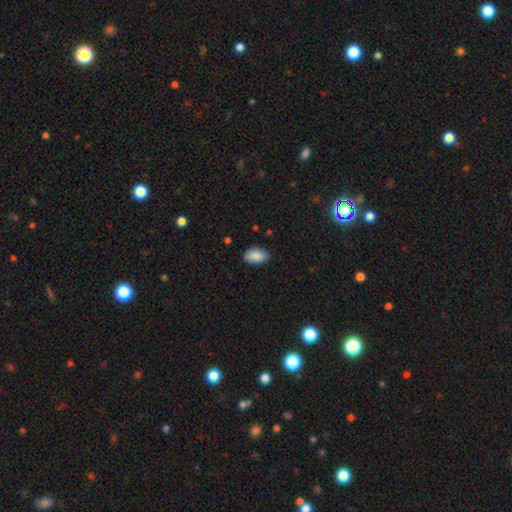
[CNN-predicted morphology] Q: Smooth or featured?
A: smooth (89%); runner-up: star or artifact (7%)
Q: How rounded?
A: in between (92%); runner-up: round (6%)
Q: Merging?
A: none (83%); runner-up: minor disturbance (13%)